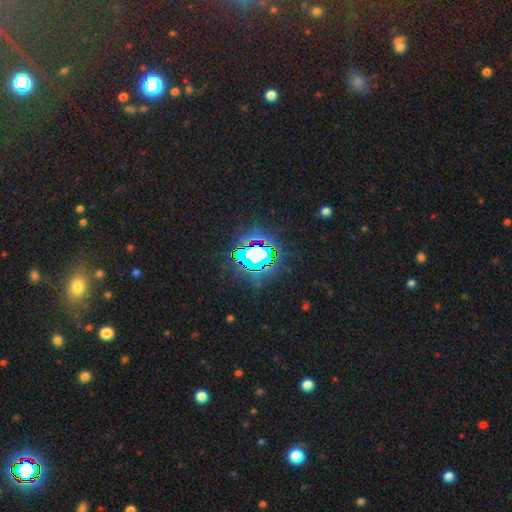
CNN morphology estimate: smooth-or-featured: star or artifact: 69% | smooth: 16% | featured or disk: 15%